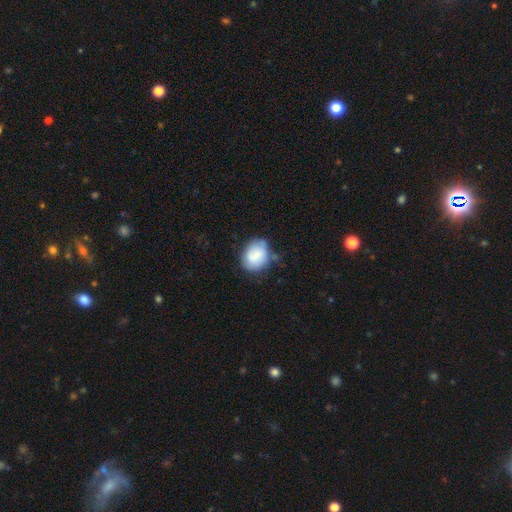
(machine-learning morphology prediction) smooth 78%, featured or disk 15%, star or artifact 7%. Down the decision tree: how rounded — in between (58%); merging — none (62%).